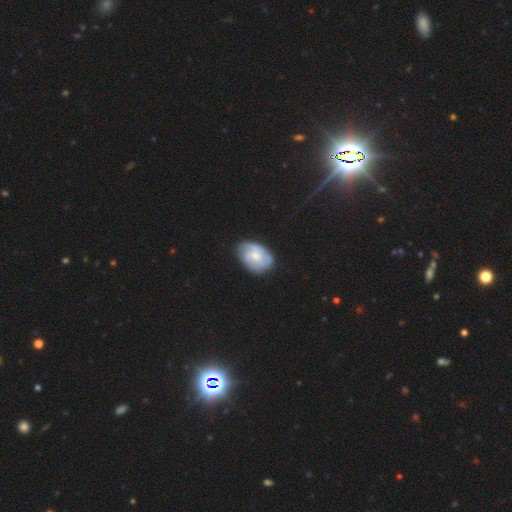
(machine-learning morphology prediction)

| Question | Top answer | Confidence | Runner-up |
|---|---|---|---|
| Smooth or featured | featured or disk | 59% | smooth (35%) |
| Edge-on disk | no | 97% | yes (3%) |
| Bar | no | 72% | weak (25%) |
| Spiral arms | yes | 86% | no (14%) |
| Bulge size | small | 51% | moderate (41%) |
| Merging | none | 72% | minor disturbance (20%) |